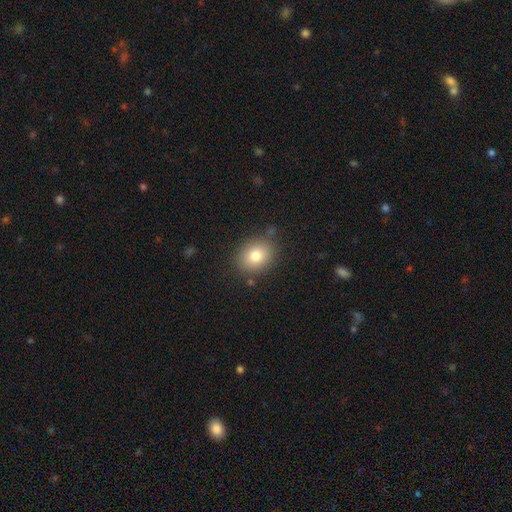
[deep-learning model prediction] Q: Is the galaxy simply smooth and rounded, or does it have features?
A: smooth — 80%.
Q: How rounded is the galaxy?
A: in between — 50%.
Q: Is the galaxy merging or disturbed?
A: none — 82%.